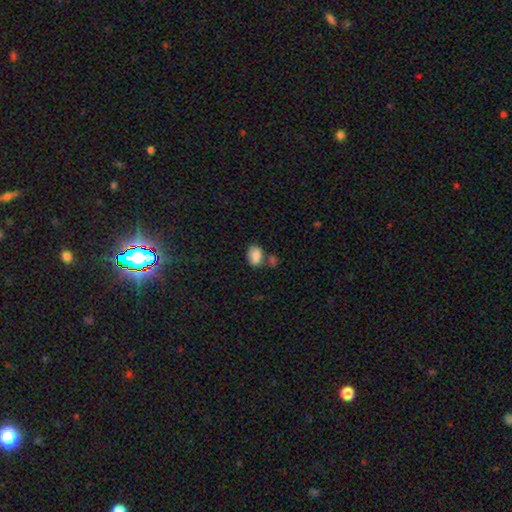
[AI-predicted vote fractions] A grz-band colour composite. It shows a smooth galaxy with no disk features (85%) that is in between round and cigar-shaped (83%). Merging: none (54%).